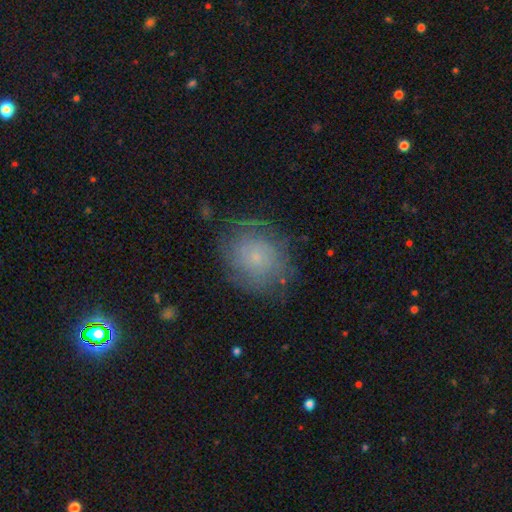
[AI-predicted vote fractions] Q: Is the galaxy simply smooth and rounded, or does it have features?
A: featured or disk — 48%.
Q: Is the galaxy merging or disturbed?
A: none — 67%.